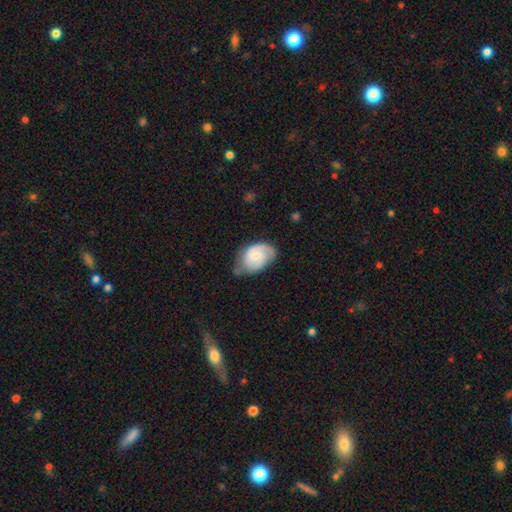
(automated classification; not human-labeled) featured or disk 65%, smooth 29%, star or artifact 6%. Down the decision tree: edge-on disk — no (97%); bar — no (58%); spiral arms — yes (92%); spiral arm count — 2 (63%); spiral winding — tight (43%, tied with medium); bulge size — small (57%); merging — none (53%).